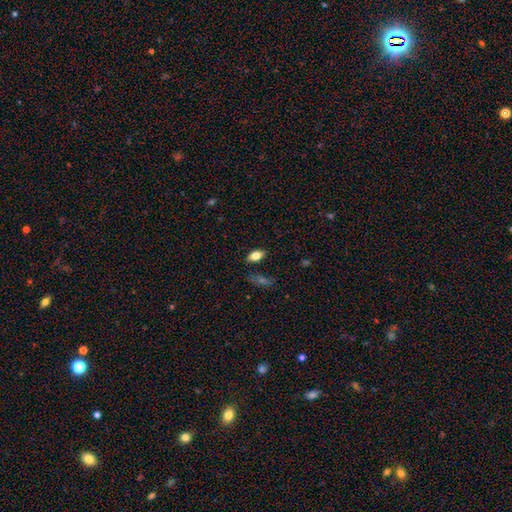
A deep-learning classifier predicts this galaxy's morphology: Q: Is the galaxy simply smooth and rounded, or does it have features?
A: smooth — 74%.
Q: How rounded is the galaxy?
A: in between — 87%.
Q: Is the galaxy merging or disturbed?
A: none — 82%.